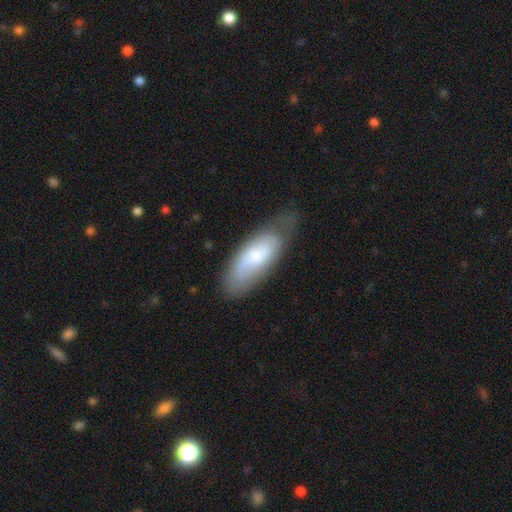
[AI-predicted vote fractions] The model was most divided on "smooth or featured": smooth: 55%, featured or disk: 38%, star or artifact: 7%. More confident: how rounded — in between (78%); merging — none (56%).